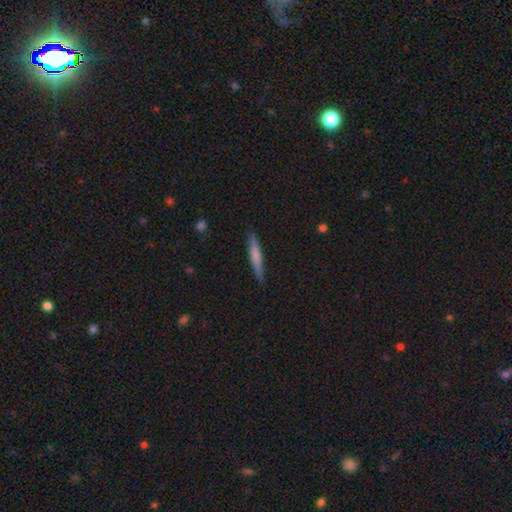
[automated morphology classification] The model was most divided on "smooth or featured": smooth: 58%, featured or disk: 36%, star or artifact: 6%. More confident: how rounded — cigar-shaped (94%); merging — none (88%).